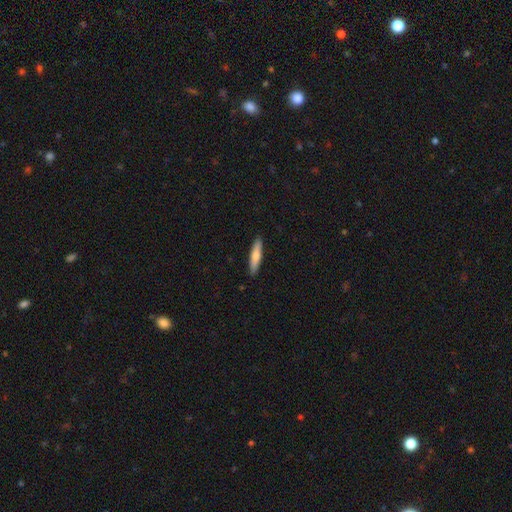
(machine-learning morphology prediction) This is likely a smooth galaxy (71%). How rounded: clearly cigar-shaped (85%). Merging: clearly none (91%).